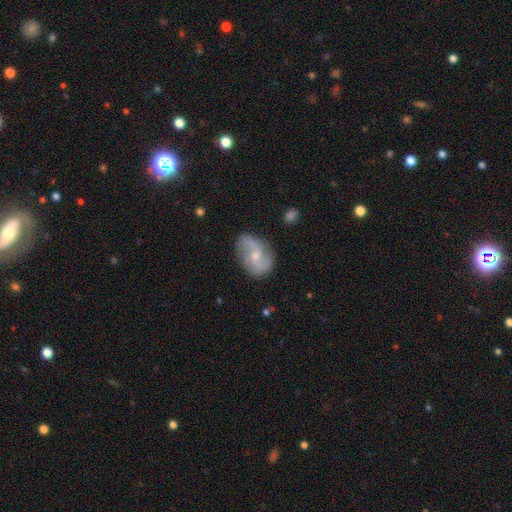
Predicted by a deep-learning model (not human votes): This appears to be a featured or disk galaxy (75%) with a weak bar (46%), 2 (87%) loose (56%) spiral arms (91%) and a small central bulge (55%). Merging: none (71%).